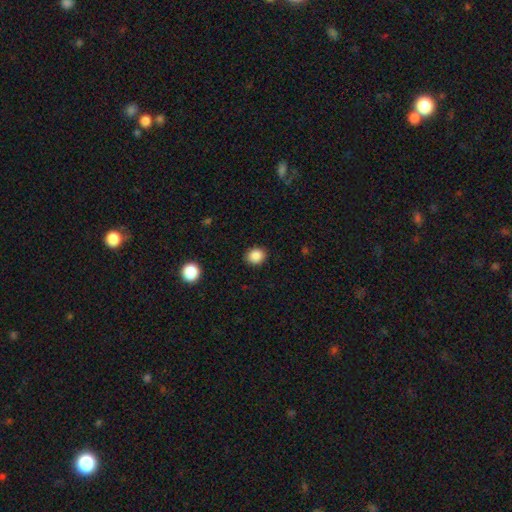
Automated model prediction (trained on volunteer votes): The model was most divided on "how rounded": round: 71%, in between: 28%, cigar-shaped: 1%. More confident: merging — none (90%); smooth or featured — smooth (87%).